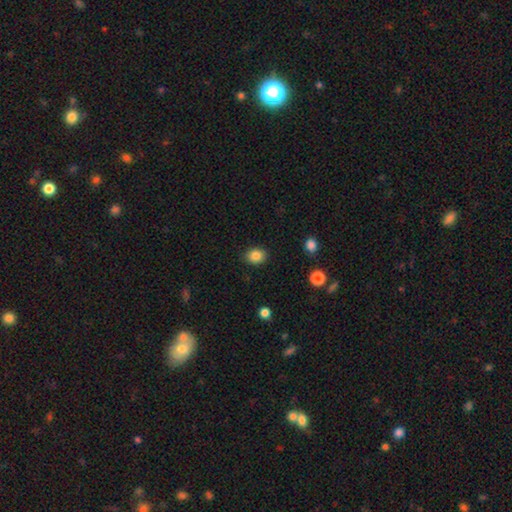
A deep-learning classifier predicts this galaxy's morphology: The model was most divided on "how rounded": round: 50%, in between: 49%, cigar-shaped: 1%. More confident: merging — none (88%); smooth or featured — smooth (85%).